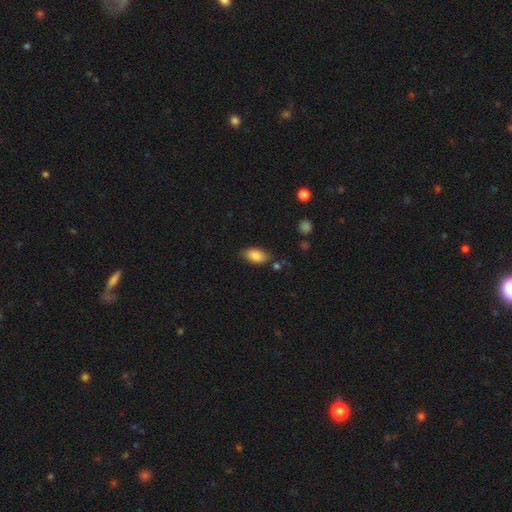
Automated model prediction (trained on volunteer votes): Smooth or featured? Predicted: smooth (p=0.85). How rounded? Predicted: in between (p=0.92). Merging? Predicted: none (p=0.78).